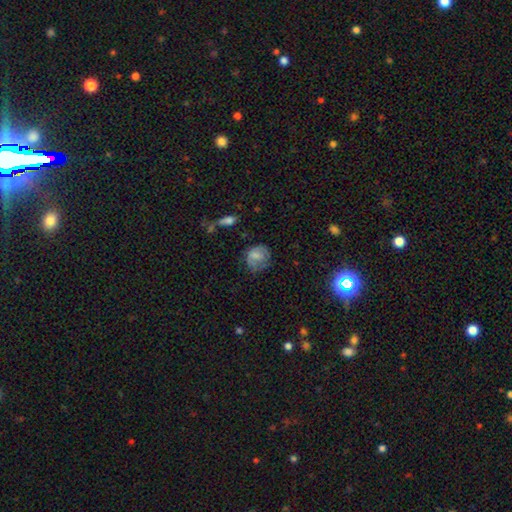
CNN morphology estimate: smooth_or_featured: smooth (p=0.64) [alt: featured or disk p=0.27]
how_rounded: round (p=0.64) [alt: in between p=0.35]
merging: none (p=0.49) [alt: minor disturbance p=0.30]